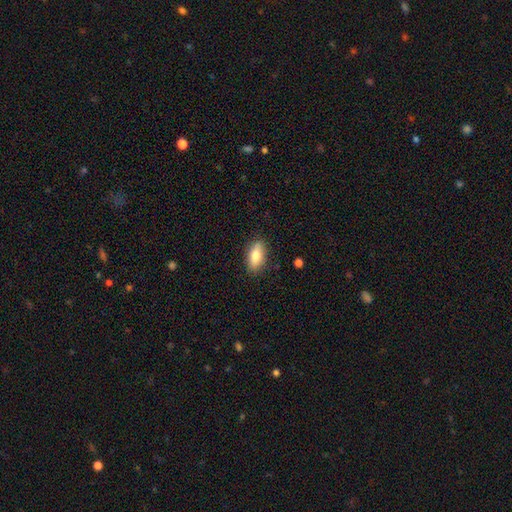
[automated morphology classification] smooth 77%, featured or disk 16%, star or artifact 7%. Down the decision tree: how rounded — in between (82%); merging — none (86%).